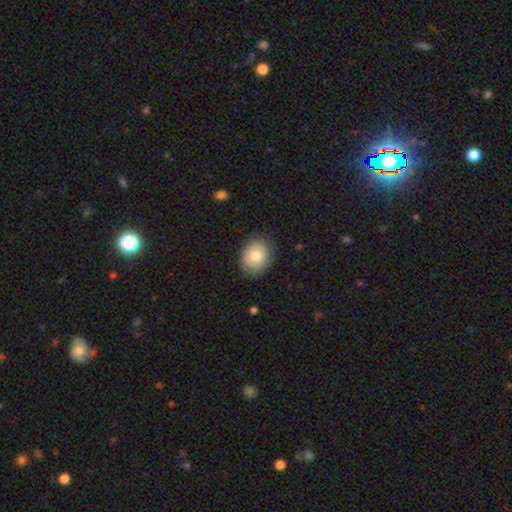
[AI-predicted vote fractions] smooth_or_featured: smooth (p=0.79) [alt: featured or disk p=0.14]
how_rounded: round (p=0.52) [alt: in between p=0.47]
merging: none (p=0.83) [alt: minor disturbance p=0.13]